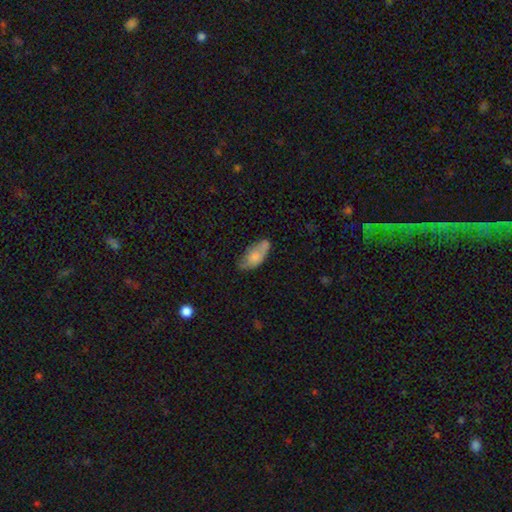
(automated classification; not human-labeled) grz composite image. It shows a smooth galaxy with no disk features (70%) that is in between round and cigar-shaped (88%). Merging: none (50%).